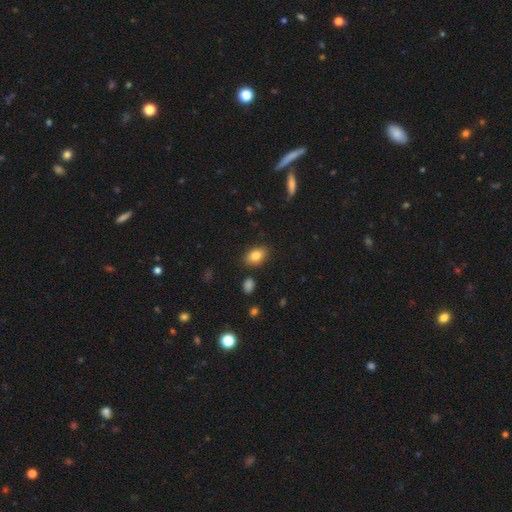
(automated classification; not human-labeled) smooth-or-featured: smooth: 84% | star or artifact: 8% | featured or disk: 8%
  how-rounded: in between: 84% | round: 14% | cigar-shaped: 2%
  merging: none: 84% | minor disturbance: 11% | merger: 3% | major disturbance: 3%